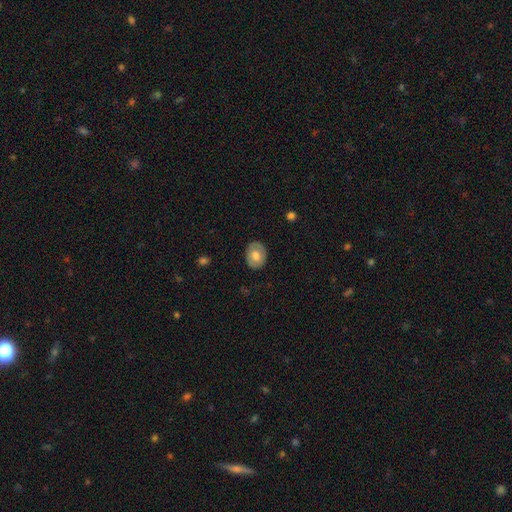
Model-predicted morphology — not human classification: The model was most divided on "how rounded": in between: 58%, round: 41%, cigar-shaped: 1%. More confident: merging — none (85%); smooth or featured — smooth (65%).